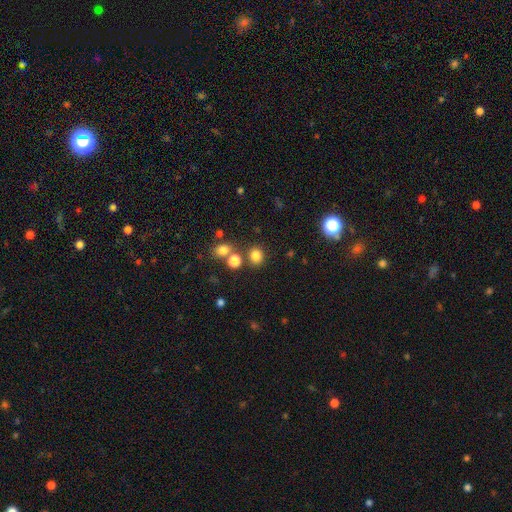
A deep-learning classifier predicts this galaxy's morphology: This is likely a smooth galaxy (79%). How rounded: likely round (77%). Merging: likely none (77%).